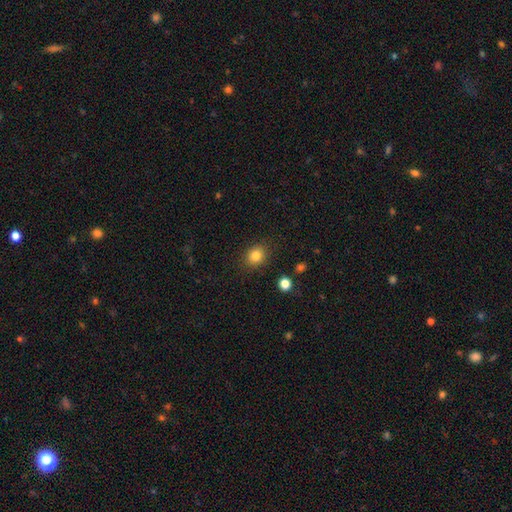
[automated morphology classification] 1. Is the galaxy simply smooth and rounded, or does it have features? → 83% smooth, 11% star or artifact, 6% featured or disk.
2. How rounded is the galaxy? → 67% round, 32% in between, 1% cigar-shaped.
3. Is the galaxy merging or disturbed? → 87% none, 9% minor disturbance, 3% major disturbance, 2% merger.